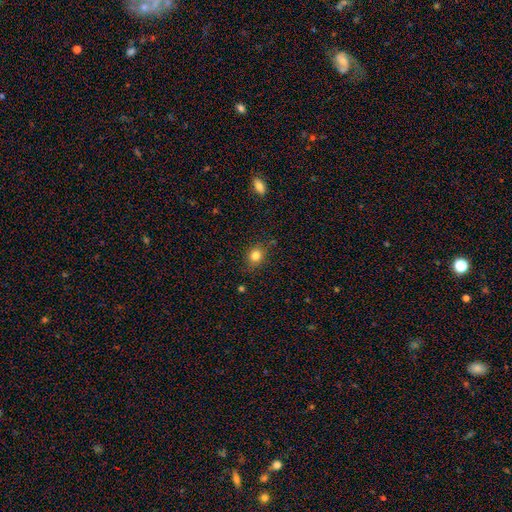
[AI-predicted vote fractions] smooth_or_featured: smooth (p=0.82) [alt: star or artifact p=0.11]
how_rounded: round (p=0.63) [alt: in between p=0.36]
merging: none (p=0.83) [alt: minor disturbance p=0.12]